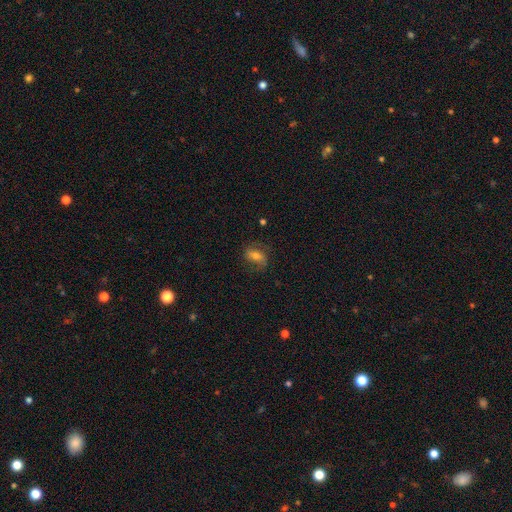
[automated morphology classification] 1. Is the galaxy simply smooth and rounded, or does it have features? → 50% smooth, 40% featured or disk, 10% star or artifact.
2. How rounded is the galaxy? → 78% in between, 18% round, 4% cigar-shaped.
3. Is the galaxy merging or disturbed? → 70% none, 19% minor disturbance, 10% major disturbance, 1% merger.